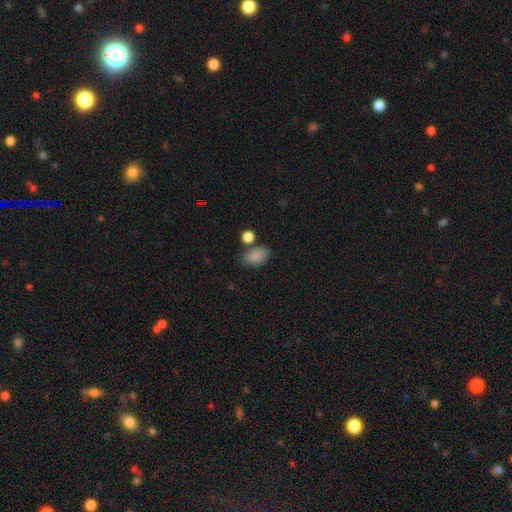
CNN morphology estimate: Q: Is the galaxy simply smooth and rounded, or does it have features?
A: smooth — 86%.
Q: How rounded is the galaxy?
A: in between — 84%.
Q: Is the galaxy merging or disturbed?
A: none — 66%.